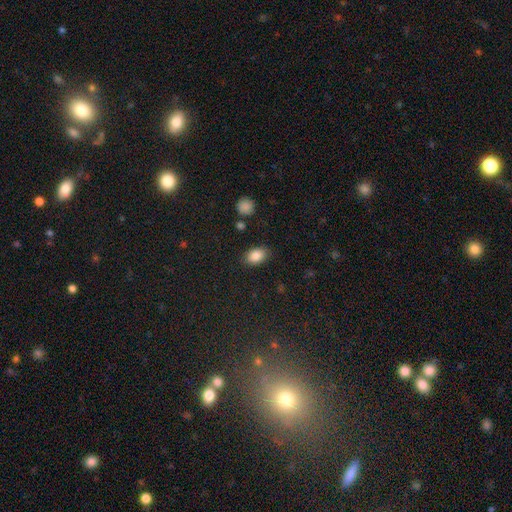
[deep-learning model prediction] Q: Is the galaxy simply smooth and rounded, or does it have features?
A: smooth — 86%.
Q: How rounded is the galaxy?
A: in between — 84%.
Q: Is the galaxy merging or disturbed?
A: none — 84%.